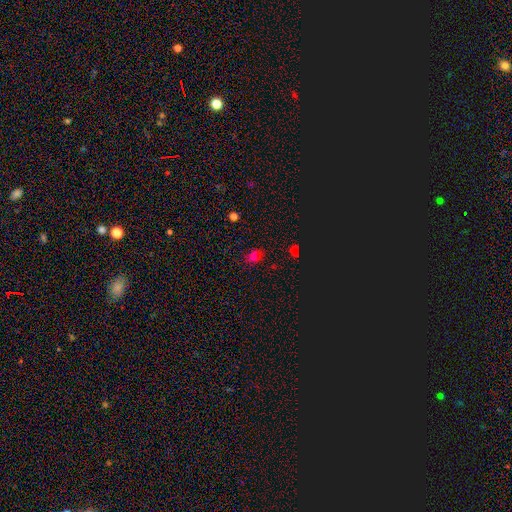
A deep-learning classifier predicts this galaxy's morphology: smooth 69%, star or artifact 25%, featured or disk 6%. Down the decision tree: how rounded — in between (51%); merging — none (81%).